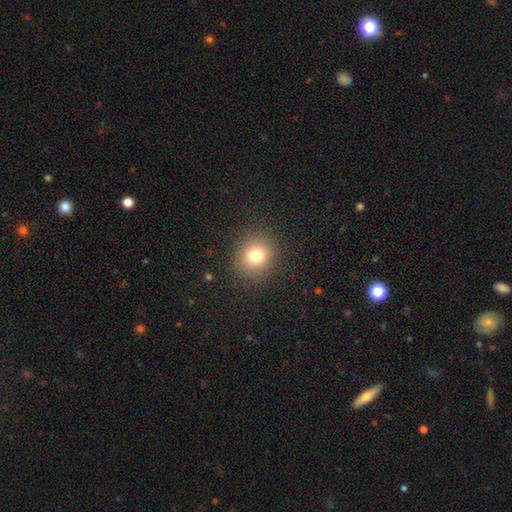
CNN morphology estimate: smooth_or_featured: smooth (p=0.79) [alt: star or artifact p=0.13]
how_rounded: round (p=0.80) [alt: in between p=0.19]
merging: none (p=0.88) [alt: minor disturbance p=0.08]